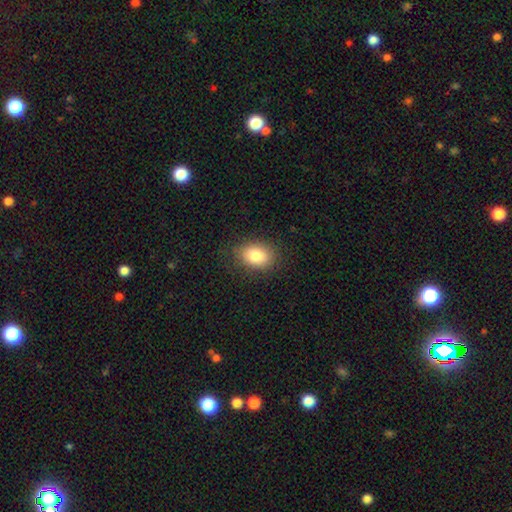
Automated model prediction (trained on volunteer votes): Smooth or featured? smooth (82%)
How rounded? in between (74%)
Merging? none (85%)